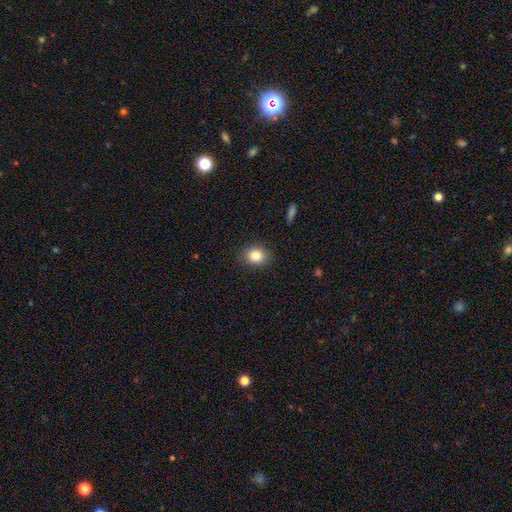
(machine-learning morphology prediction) Smooth or featured?
  - smooth: 84% *
  - star or artifact: 10%
  - featured or disk: 6%
How rounded?
  - round: 55% *
  - in between: 44%
  - cigar-shaped: 1%
Merging?
  - none: 88% *
  - minor disturbance: 8%
  - major disturbance: 2%
  - merger: 1%